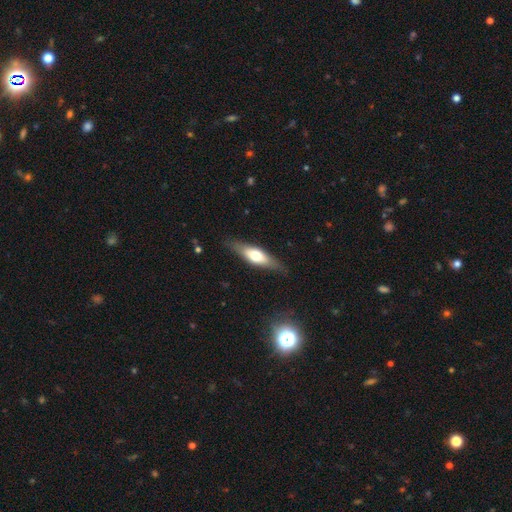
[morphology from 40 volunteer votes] smooth_or_featured: smooth (p=0.55) [alt: featured or disk p=0.40]
how_rounded: in between (p=0.64) [alt: cigar-shaped p=0.36]
merging: none (p=0.95) [alt: minor disturbance p=0.05]